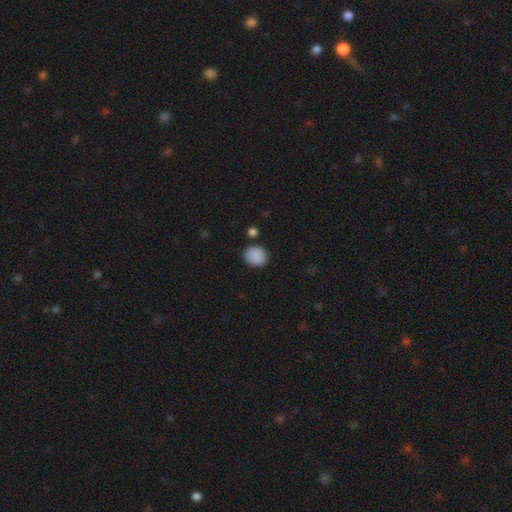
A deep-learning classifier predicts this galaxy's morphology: This is clearly a smooth galaxy (89%). How rounded: likely round (70%). Merging: clearly none (84%).